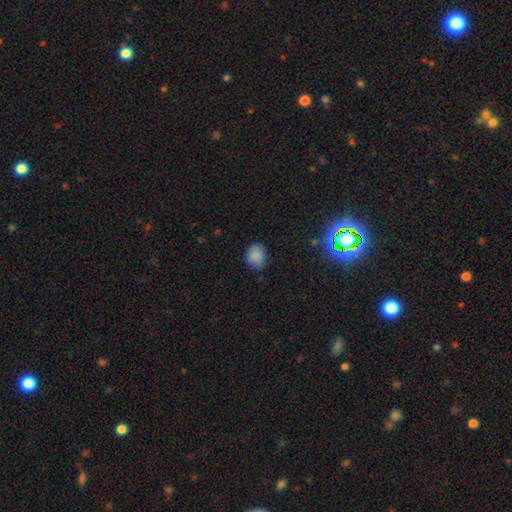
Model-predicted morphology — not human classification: A smooth galaxy with no disk features (84%) that is round (52%). Merging: none (73%).